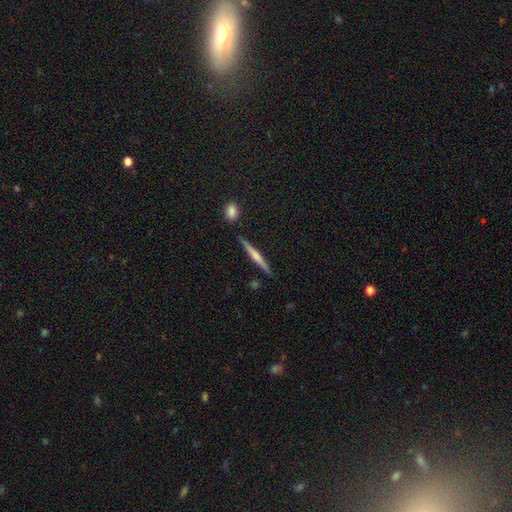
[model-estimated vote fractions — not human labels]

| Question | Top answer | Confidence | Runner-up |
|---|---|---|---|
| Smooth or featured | featured or disk | 53% | smooth (41%) |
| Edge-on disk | yes | 97% | no (3%) |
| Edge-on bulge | rounded | 52% | none (31%) |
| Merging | none | 86% | minor disturbance (9%) |